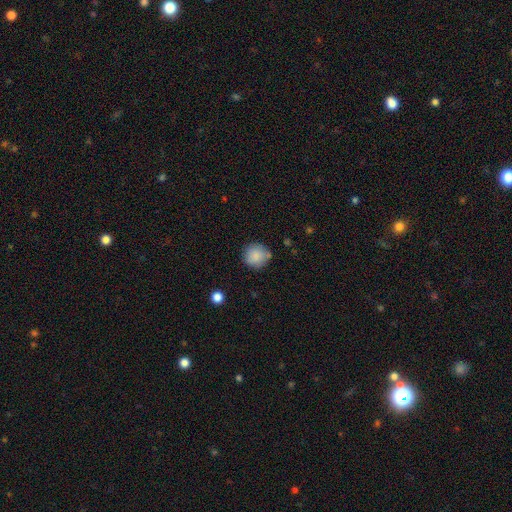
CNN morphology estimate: smooth-or-featured: smooth: 86% | star or artifact: 8% | featured or disk: 6%
  how-rounded: round: 93% | in between: 6% | cigar-shaped: 1%
  merging: none: 81% | minor disturbance: 13% | merger: 3% | major disturbance: 3%